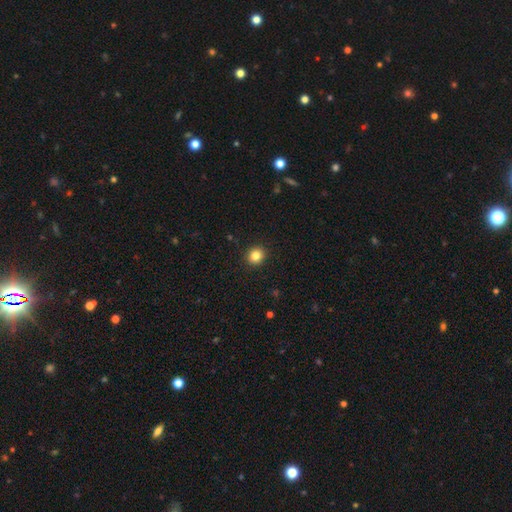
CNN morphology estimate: smooth_or_featured: smooth (p=0.84) [alt: star or artifact p=0.11]
how_rounded: round (p=0.87) [alt: in between p=0.12]
merging: none (p=0.92) [alt: minor disturbance p=0.05]